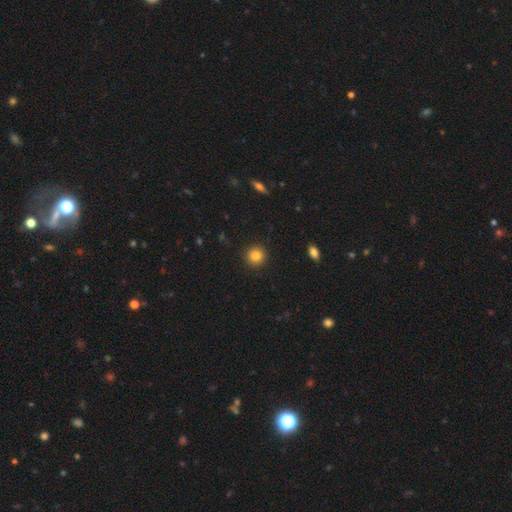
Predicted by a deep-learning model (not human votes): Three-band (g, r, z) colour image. It shows a smooth galaxy with no disk features (85%) that is round (92%). Merging: none (92%).